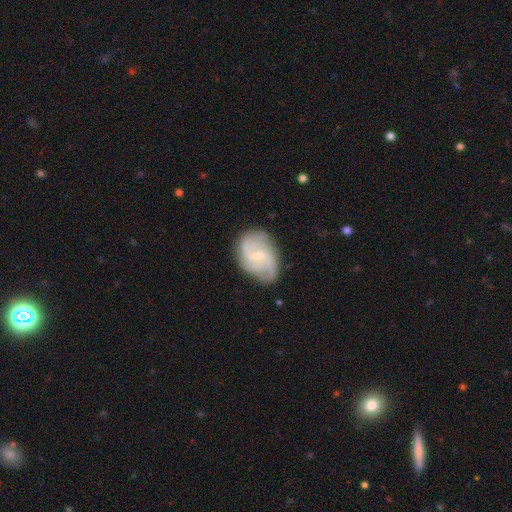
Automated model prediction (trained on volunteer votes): Smooth or featured?
  - featured or disk: 81% *
  - smooth: 14%
  - star or artifact: 6%
Edge-on disk?
  - no: 97% *
  - yes: 3%
Bar?
  - weak: 54% *
  - no: 35%
  - strong: 11%
Spiral arms?
  - yes: 95% *
  - no: 5%
Spiral winding?
  - medium: 47% *
  - loose: 30%
  - tight: 23%
Spiral arm count?
  - 2: 47% *
  - 3: 23%
  - can't tell: 16%
  - 4: 6%
  - 1: 4%
  - more than 4: 4%
Bulge size?
  - small: 67% *
  - moderate: 27%
  - none: 4%
  - large: 1%
  - dominant: 1%
Merging?
  - none: 73% *
  - minor disturbance: 20%
  - major disturbance: 6%
  - merger: 1%